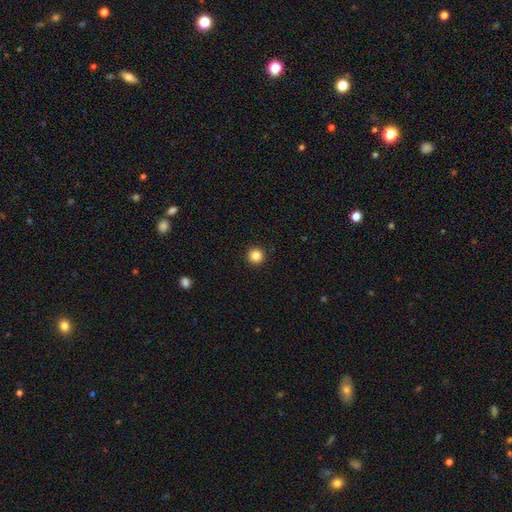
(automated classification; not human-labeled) smooth 85%, star or artifact 11%, featured or disk 4%. Down the decision tree: how rounded — round (97%); merging — none (94%).